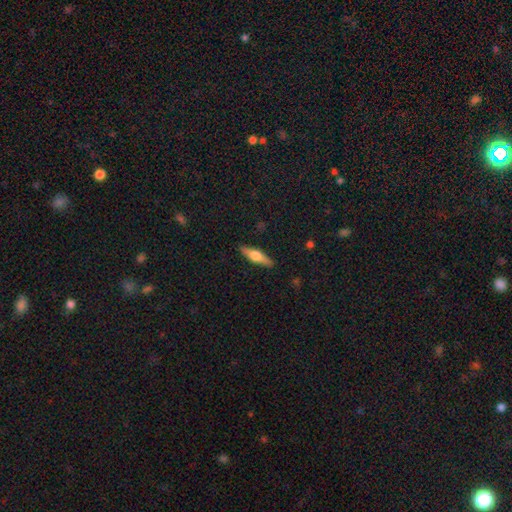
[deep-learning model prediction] A featured or disk galaxy (52%) viewed edge-on (94%). Merging: none (90%).